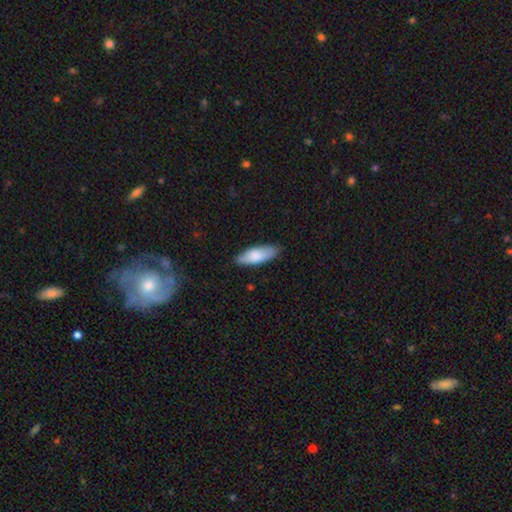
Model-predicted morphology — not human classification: Smooth or featured?
  - smooth: 82% *
  - featured or disk: 13%
  - star or artifact: 5%
How rounded?
  - in between: 66% *
  - cigar-shaped: 33%
  - round: 2%
Merging?
  - none: 83% *
  - minor disturbance: 14%
  - major disturbance: 2%
  - merger: 1%